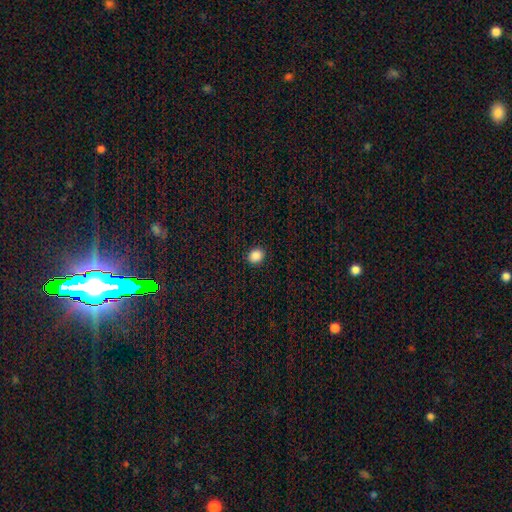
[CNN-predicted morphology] Smooth or featured: smooth — 88% (star or artifact — 10%)
How rounded: round — 62% (in between — 38%)
Merging: none — 91% (minor disturbance — 6%)